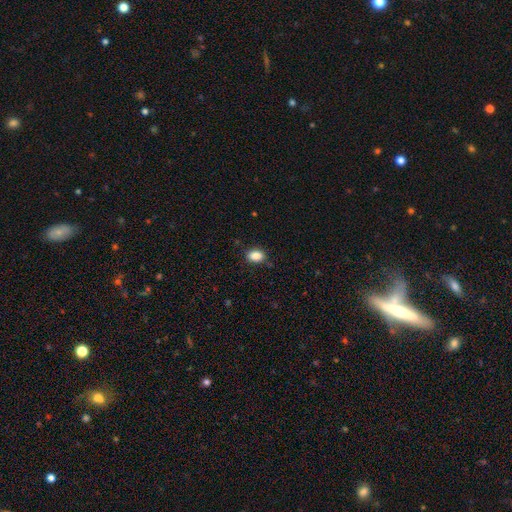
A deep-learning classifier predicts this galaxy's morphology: smooth_or_featured: smooth (p=0.87) [alt: star or artifact p=0.09]
how_rounded: in between (p=0.77) [alt: round p=0.22]
merging: none (p=0.85) [alt: minor disturbance p=0.11]